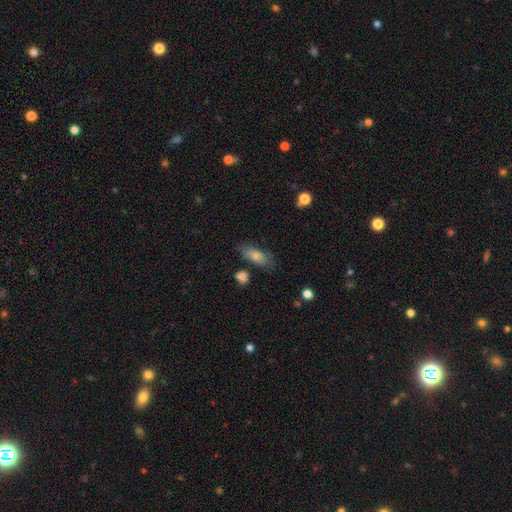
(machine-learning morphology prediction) Smooth or featured: smooth — 65% (featured or disk — 25%)
How rounded: in between — 75% (cigar-shaped — 20%)
Merging: none — 74% (minor disturbance — 17%)